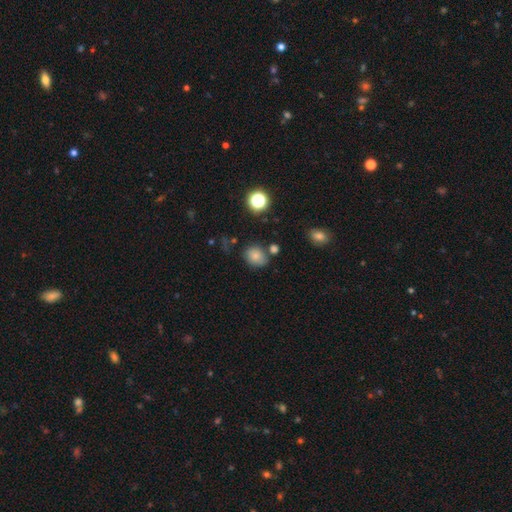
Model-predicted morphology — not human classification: A smooth galaxy with no disk features (78%) that is round (52%).

Vote fractions:
- Smooth or featured? smooth: 78% / star or artifact: 13% / featured or disk: 9%
- How rounded? round: 52% / in between: 47% / cigar-shaped: 1%
- Merging? none: 69% / minor disturbance: 17% / merger: 9% / major disturbance: 5%